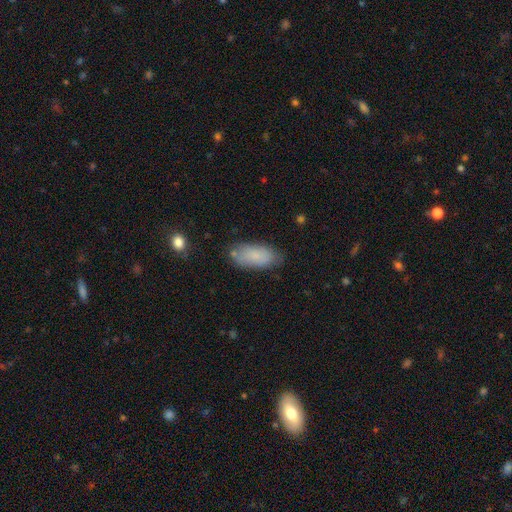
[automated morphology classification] Smooth or featured? Predicted: smooth (p=0.82). How rounded? Predicted: in between (p=0.89). Merging? Predicted: none (p=0.74).